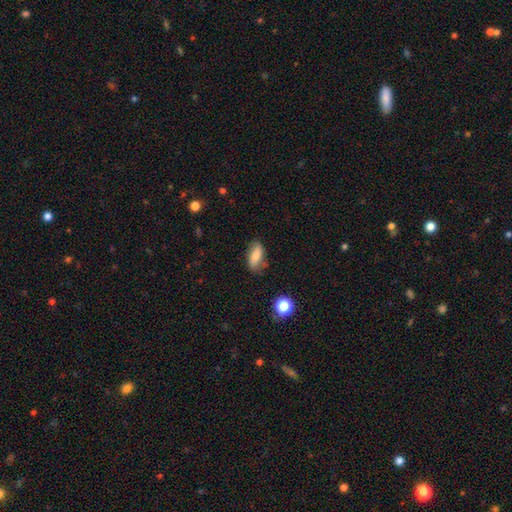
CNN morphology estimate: Smooth or featured?
  - smooth: 71% *
  - featured or disk: 21%
  - star or artifact: 8%
How rounded?
  - in between: 80% *
  - cigar-shaped: 16%
  - round: 4%
Merging?
  - none: 73% *
  - minor disturbance: 20%
  - major disturbance: 4%
  - merger: 2%